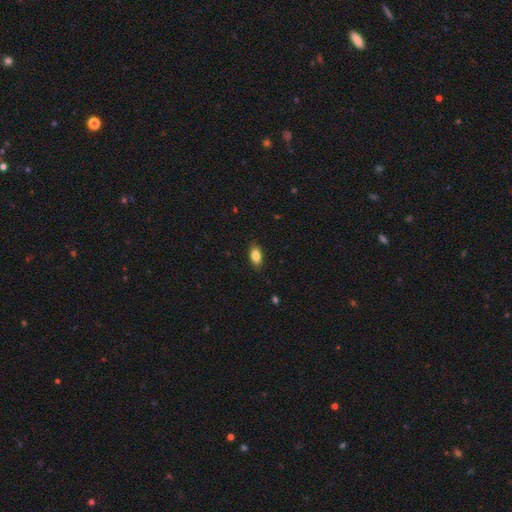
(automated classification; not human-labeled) smooth-or-featured: smooth: 85% | star or artifact: 8% | featured or disk: 8%
  how-rounded: in between: 89% | cigar-shaped: 6% | round: 5%
  merging: none: 86% | minor disturbance: 11% | major disturbance: 2% | merger: 1%